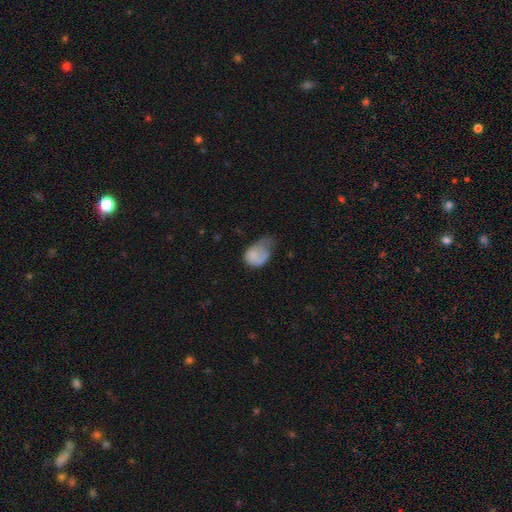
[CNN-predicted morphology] Q: Smooth or featured?
A: smooth (69%); runner-up: featured or disk (23%)
Q: How rounded?
A: in between (73%); runner-up: round (26%)
Q: Merging?
A: major disturbance (49%); runner-up: minor disturbance (30%)